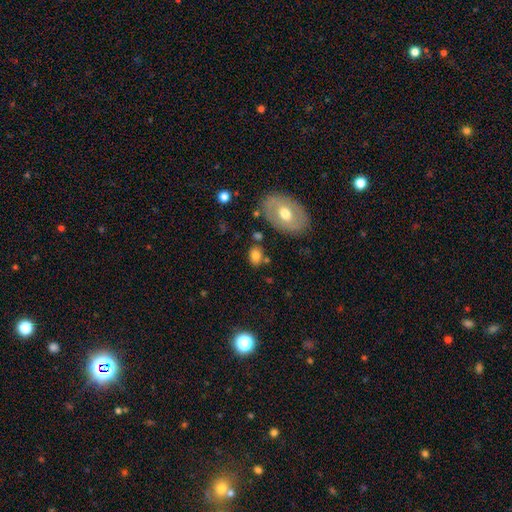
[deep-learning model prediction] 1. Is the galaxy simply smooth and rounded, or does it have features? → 77% smooth, 13% featured or disk, 10% star or artifact.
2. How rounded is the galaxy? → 73% in between, 25% round, 2% cigar-shaped.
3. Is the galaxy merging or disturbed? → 75% none, 14% minor disturbance, 6% merger, 4% major disturbance.